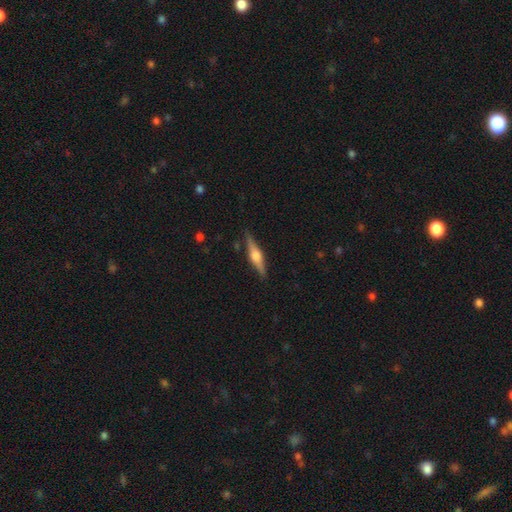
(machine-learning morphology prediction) This is likely a featured or disk galaxy (71%). It is clearly viewed edge-on (97%). Edge-on bulge: clearly rounded (88%). Merging: clearly none (88%).